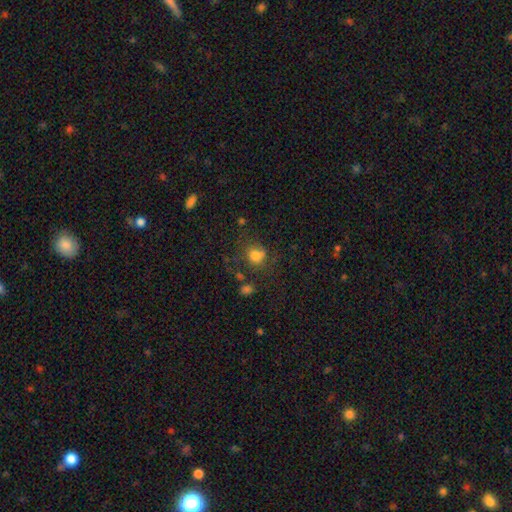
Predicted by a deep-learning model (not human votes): Q: Smooth or featured?
A: smooth (77%); runner-up: star or artifact (14%)
Q: How rounded?
A: round (75%); runner-up: in between (24%)
Q: Merging?
A: none (60%); runner-up: minor disturbance (20%)